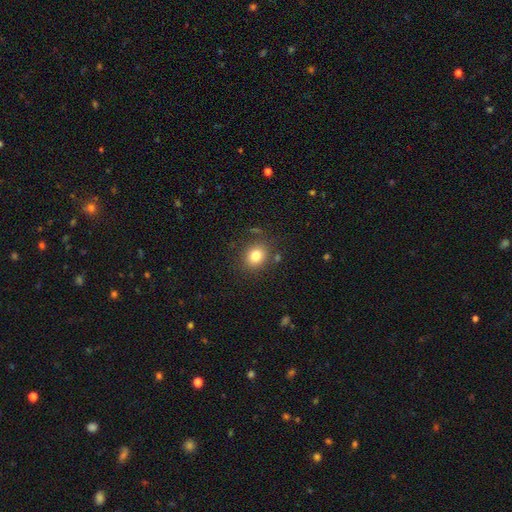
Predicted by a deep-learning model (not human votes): Smooth or featured: smooth — 82% (star or artifact — 11%)
How rounded: round — 66% (in between — 33%)
Merging: none — 82% (minor disturbance — 11%)